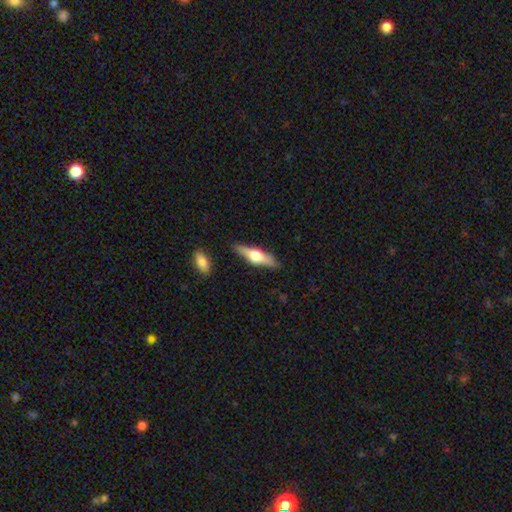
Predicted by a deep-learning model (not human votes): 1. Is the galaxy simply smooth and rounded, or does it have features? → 60% featured or disk, 35% smooth, 6% star or artifact.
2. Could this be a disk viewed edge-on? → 95% yes, 5% no.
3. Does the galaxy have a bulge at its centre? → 93% rounded, 6% boxy, 2% none.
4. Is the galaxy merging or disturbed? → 86% none, 9% minor disturbance, 2% merger, 2% major disturbance.